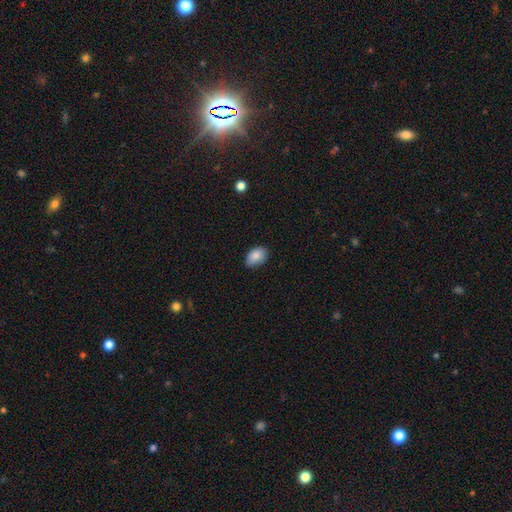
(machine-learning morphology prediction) Q: Smooth or featured?
A: smooth (85%); runner-up: star or artifact (8%)
Q: How rounded?
A: in between (84%); runner-up: round (15%)
Q: Merging?
A: none (71%); runner-up: minor disturbance (25%)